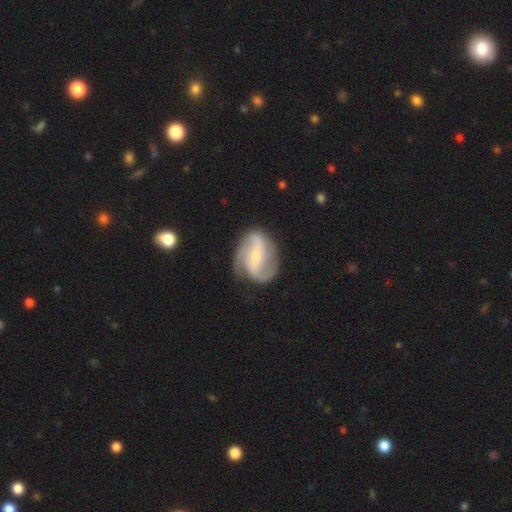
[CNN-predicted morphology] Smooth or featured: featured or disk — 85% (smooth — 10%)
Edge-on disk: no — 97% (yes — 3%)
Bar: weak — 37% (tied with strong — 37%)
Spiral arms: yes — 96% (no — 4%)
Spiral winding: medium — 44% (loose — 37%)
Spiral arm count: 2 — 72% (3 — 13%)
Bulge size: small — 67% (moderate — 27%)
Merging: none — 73% (minor disturbance — 17%)